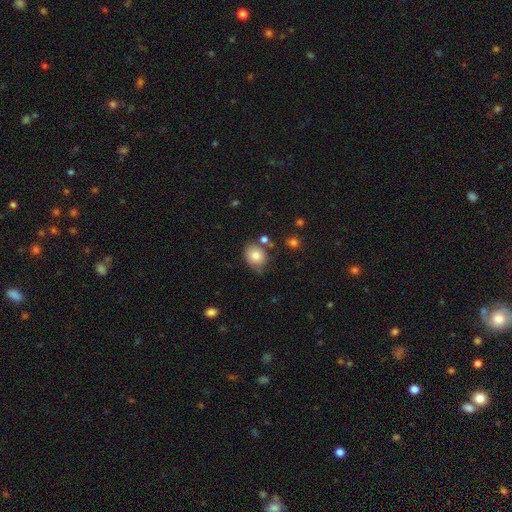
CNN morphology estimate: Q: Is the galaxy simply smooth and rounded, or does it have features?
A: smooth — 82%.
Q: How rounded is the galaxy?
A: round — 55%.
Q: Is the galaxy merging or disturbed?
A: none — 69%.